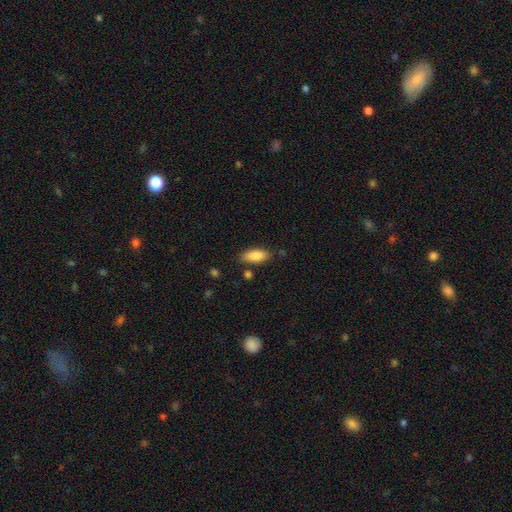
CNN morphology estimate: smooth_or_featured: smooth (p=0.87) [alt: star or artifact p=0.07]
how_rounded: in between (p=0.84) [alt: cigar-shaped p=0.14]
merging: none (p=0.79) [alt: minor disturbance p=0.14]